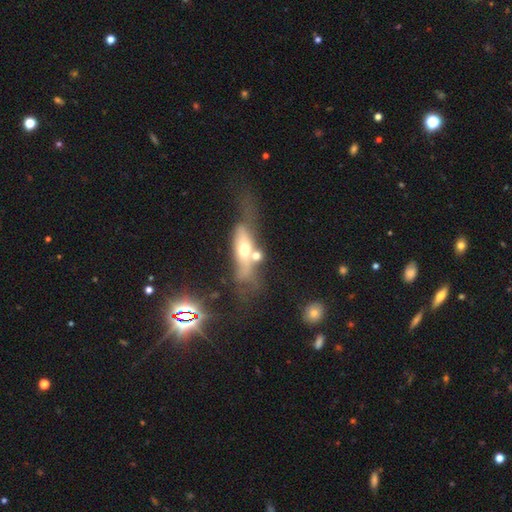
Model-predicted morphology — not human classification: type=featured or disk (49%); merging=merger (32%).